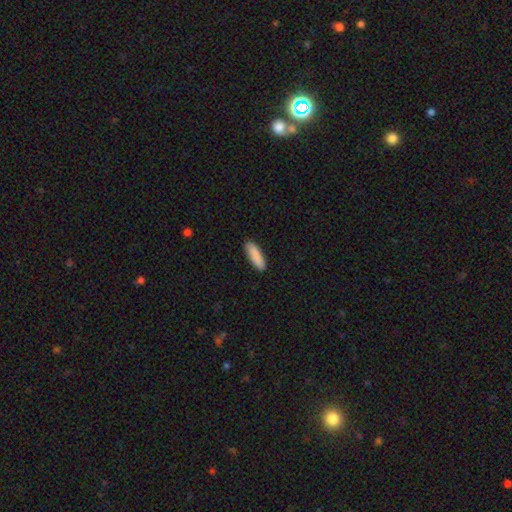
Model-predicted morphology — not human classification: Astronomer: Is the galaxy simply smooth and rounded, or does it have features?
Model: smooth — 89%.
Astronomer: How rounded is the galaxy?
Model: cigar-shaped — 52% (runner-up: in between, 47%).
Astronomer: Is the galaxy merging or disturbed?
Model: none — 88%.